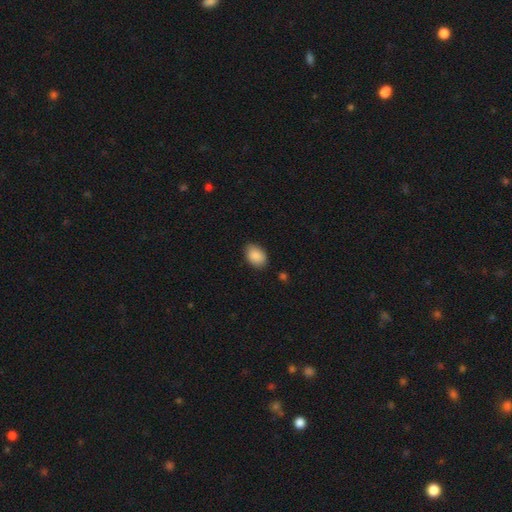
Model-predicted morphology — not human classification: Smooth or featured? Predicted: smooth (p=0.89). How rounded? Predicted: in between (p=0.86). Merging? Predicted: none (p=0.84).